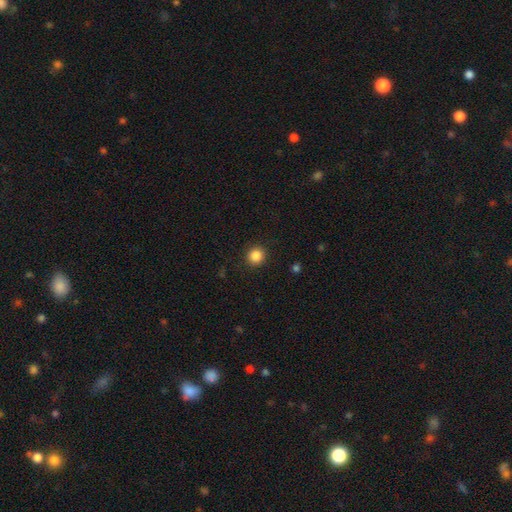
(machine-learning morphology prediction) This appears to be a smooth galaxy with no disk features (86%) that is round (93%). Merging: none (91%).